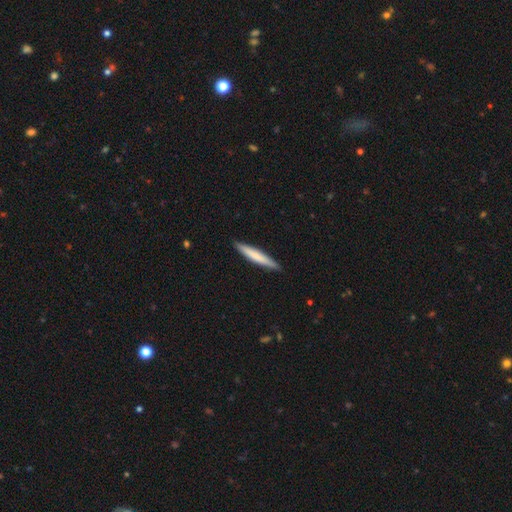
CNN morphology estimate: smooth 71%, featured or disk 24%, star or artifact 5%. Down the decision tree: how rounded — cigar-shaped (94%); merging — none (90%).